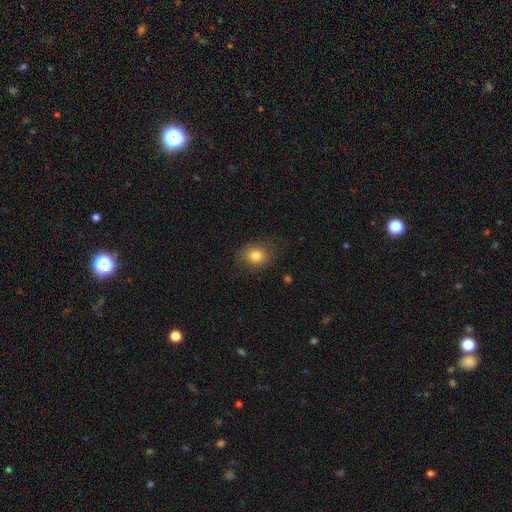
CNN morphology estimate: This is likely a smooth galaxy (79%). How rounded: possibly in between (50%). Merging: likely none (75%).